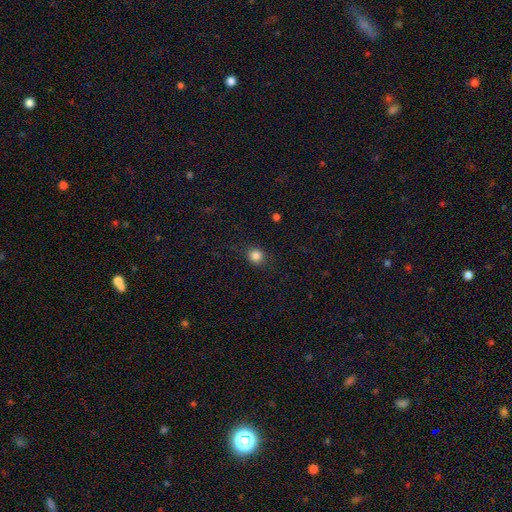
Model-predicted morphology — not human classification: type=smooth (84%); roundness=round (82%); merging=none (86%).